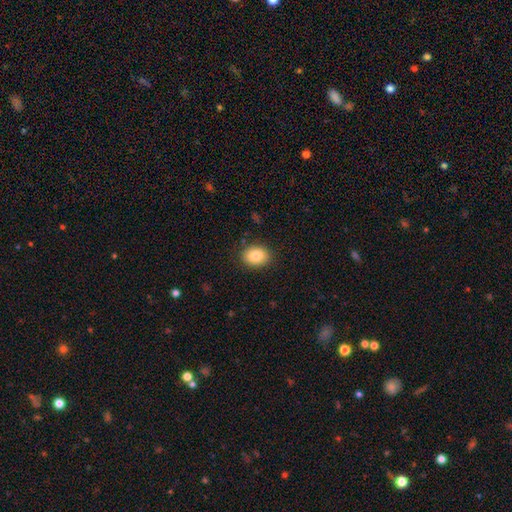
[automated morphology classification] smooth-or-featured: smooth: 85% | star or artifact: 8% | featured or disk: 7%
  how-rounded: in between: 59% | round: 41% | cigar-shaped: 1%
  merging: none: 88% | minor disturbance: 9% | major disturbance: 2% | merger: 1%